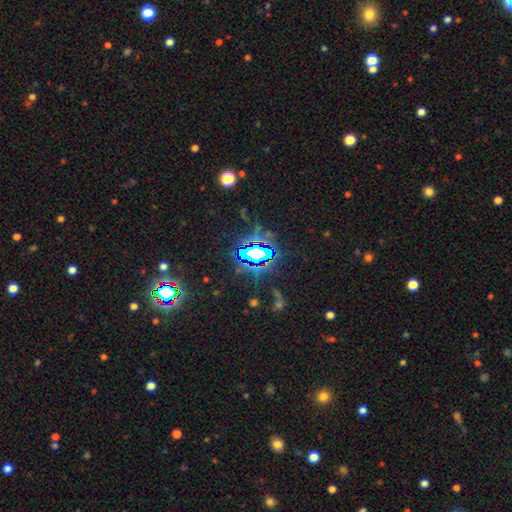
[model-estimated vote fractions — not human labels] Smooth or featured? Predicted: star or artifact (p=0.74).